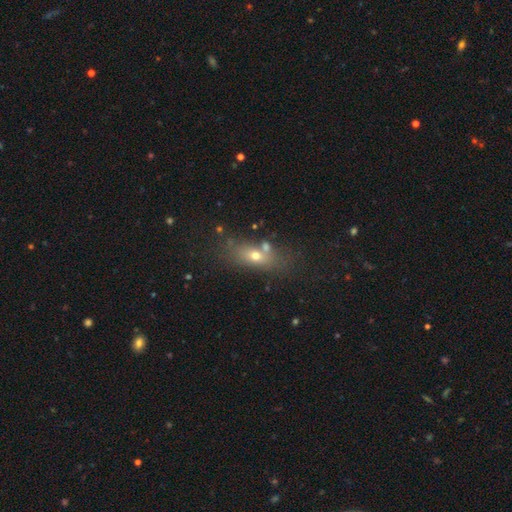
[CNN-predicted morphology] smooth-or-featured: smooth: 61% | featured or disk: 24% | star or artifact: 15%
  how-rounded: in between: 65% | round: 18% | cigar-shaped: 17%
  merging: none: 58% | merger: 20% | minor disturbance: 14% | major disturbance: 8%